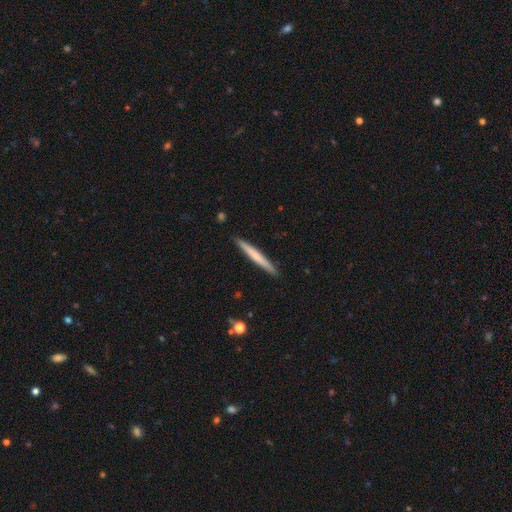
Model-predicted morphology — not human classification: smooth-or-featured: smooth: 54% | featured or disk: 40% | star or artifact: 5%
  how-rounded: cigar-shaped: 97% | in between: 2% | round: 1%
  merging: none: 91% | minor disturbance: 6% | major disturbance: 1% | merger: 1%